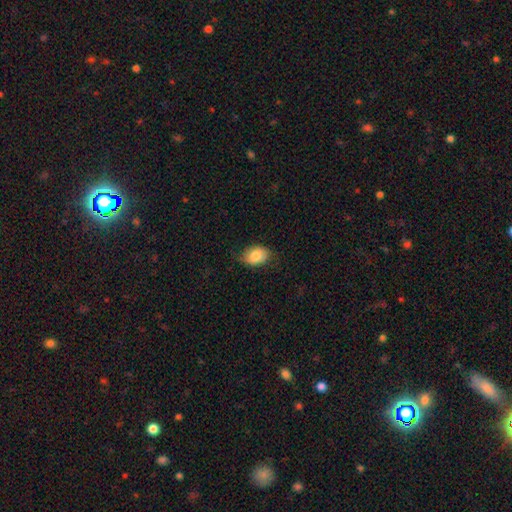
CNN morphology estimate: Smooth or featured? Predicted: smooth (p=0.84). How rounded? Predicted: in between (p=0.77). Merging? Predicted: none (p=0.74).